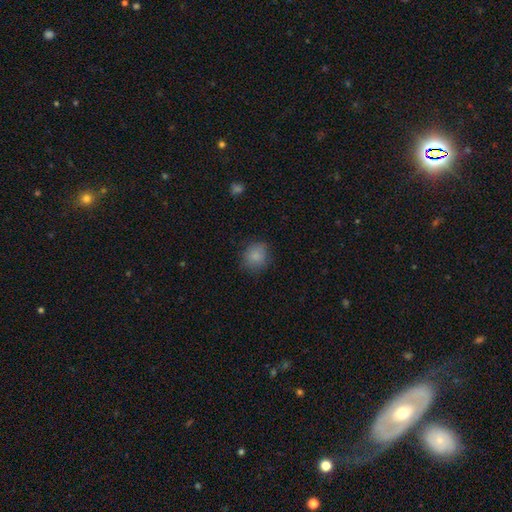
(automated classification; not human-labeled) This appears to be a smooth galaxy with no disk features (85%) that is round (72%). Merging: none (79%).